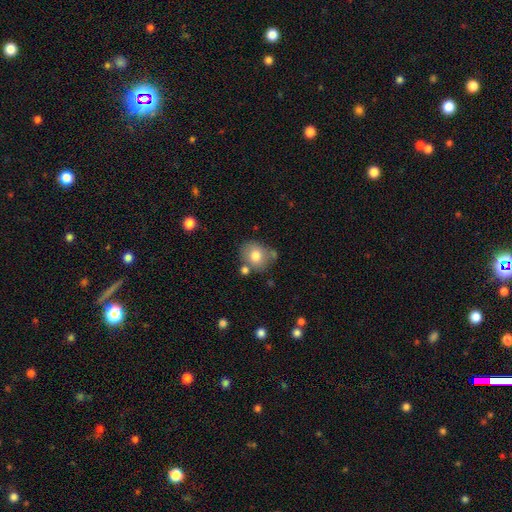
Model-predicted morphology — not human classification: Smooth or featured?
  - smooth: 75% *
  - featured or disk: 16%
  - star or artifact: 9%
How rounded?
  - round: 64% *
  - in between: 35%
  - cigar-shaped: 1%
Merging?
  - none: 65% *
  - minor disturbance: 17%
  - merger: 13%
  - major disturbance: 5%